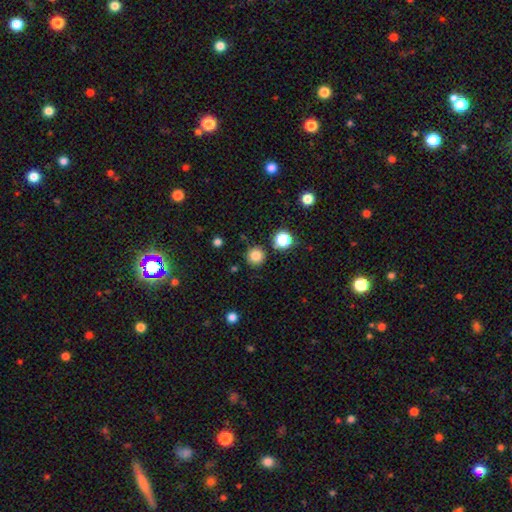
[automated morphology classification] The model was most divided on "smooth or featured": smooth: 82%, star or artifact: 13%, featured or disk: 5%. More confident: how rounded — round (95%); merging — none (87%).